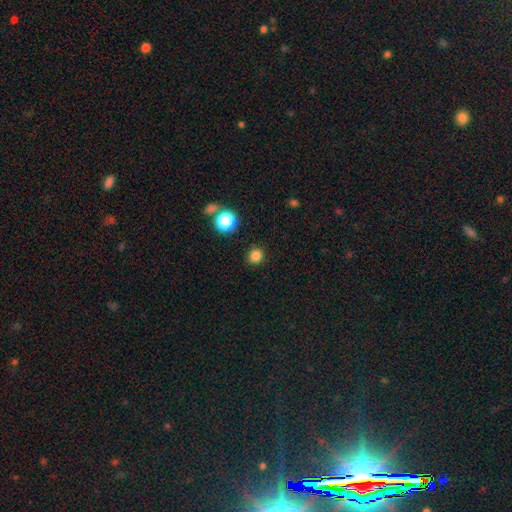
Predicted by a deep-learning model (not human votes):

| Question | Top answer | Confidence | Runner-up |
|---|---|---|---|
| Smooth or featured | smooth | 82% | star or artifact (15%) |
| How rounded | round | 91% | in between (9%) |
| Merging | none | 90% | minor disturbance (6%) |